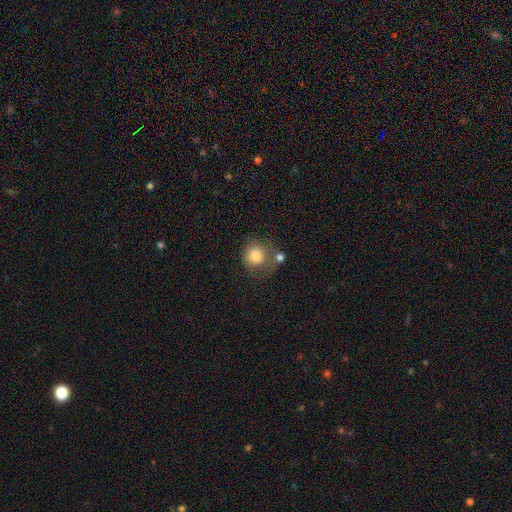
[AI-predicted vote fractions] Q: Smooth or featured?
A: smooth (81%); runner-up: featured or disk (10%)
Q: How rounded?
A: round (88%); runner-up: in between (11%)
Q: Merging?
A: none (53%); runner-up: merger (20%)